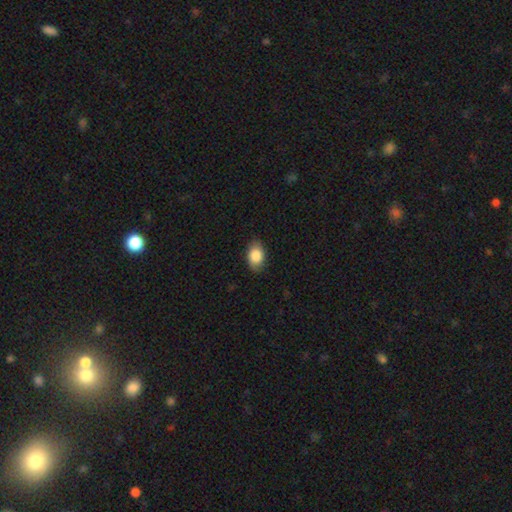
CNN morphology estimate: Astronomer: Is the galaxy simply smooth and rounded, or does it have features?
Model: smooth — 85%.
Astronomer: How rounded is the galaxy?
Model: in between — 86%.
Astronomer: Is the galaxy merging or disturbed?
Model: none — 84%.